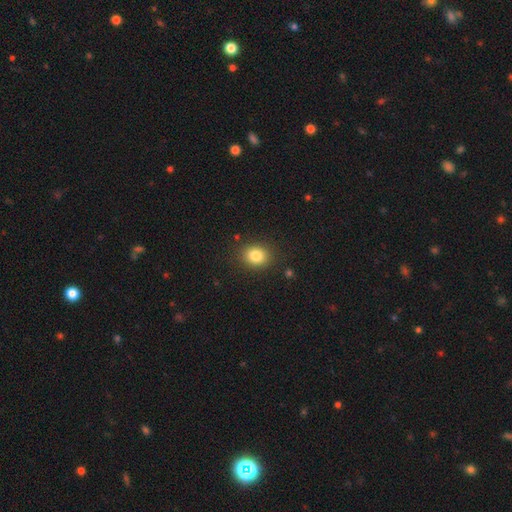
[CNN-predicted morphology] Smooth or featured? Predicted: smooth (p=0.83). How rounded? Predicted: round (p=0.56). Merging? Predicted: none (p=0.86).